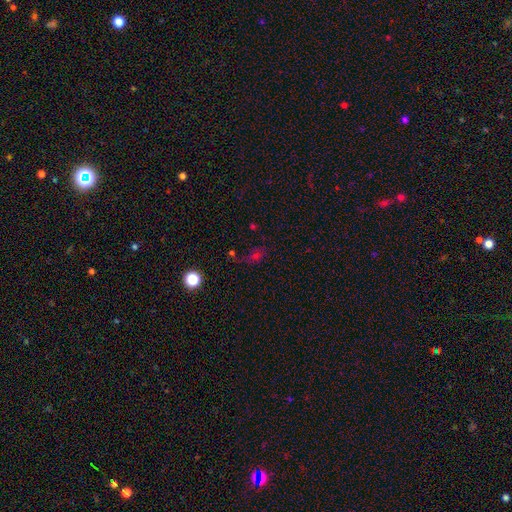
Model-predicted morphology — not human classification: A star or artifact, not a galaxy (44%).

Vote fractions:
- Smooth or featured? star or artifact: 44% / smooth: 39% / featured or disk: 17%